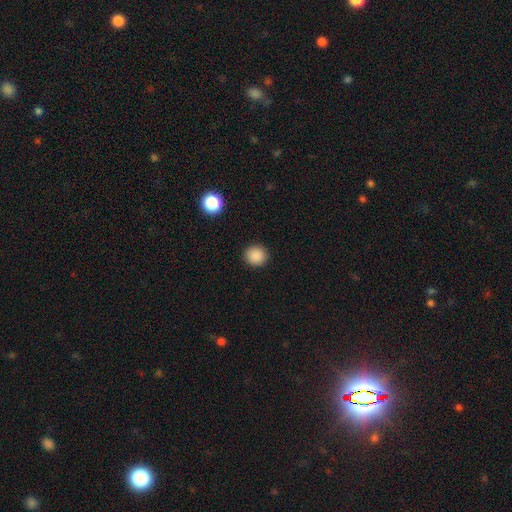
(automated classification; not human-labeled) A smooth galaxy with no disk features (87%) that is round (90%).

Vote fractions:
- Smooth or featured? smooth: 87% / star or artifact: 10% / featured or disk: 3%
- How rounded? round: 90% / in between: 9% / cigar-shaped: 1%
- Merging? none: 91% / minor disturbance: 6% / major disturbance: 2% / merger: 1%